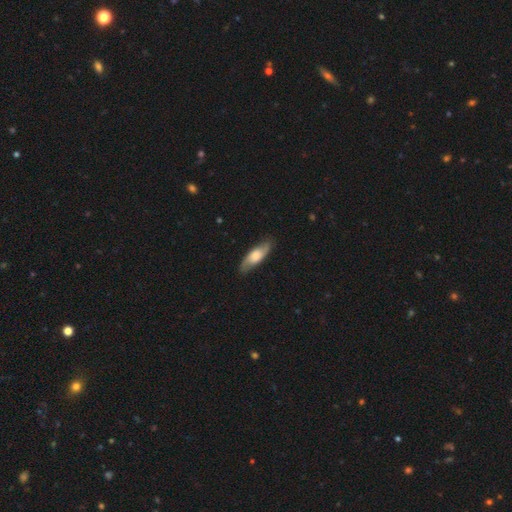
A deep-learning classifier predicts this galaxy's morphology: Smooth or featured? smooth (53%)
How rounded? in between (56%)
Merging? none (83%)